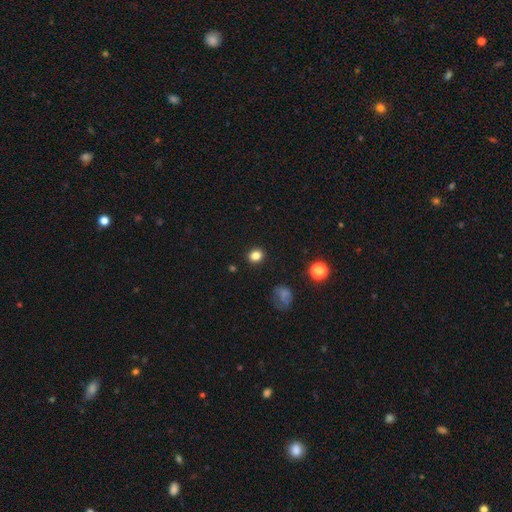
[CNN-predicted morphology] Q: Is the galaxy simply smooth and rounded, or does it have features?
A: smooth — 83%.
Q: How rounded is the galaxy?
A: round — 72%.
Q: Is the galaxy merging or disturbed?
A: none — 90%.